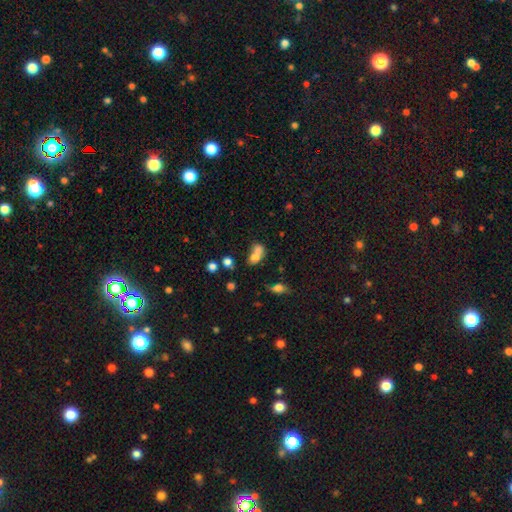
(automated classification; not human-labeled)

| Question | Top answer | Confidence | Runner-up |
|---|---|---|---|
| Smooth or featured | smooth | 71% | featured or disk (17%) |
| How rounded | in between | 54% | round (44%) |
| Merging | merger | 68% | none (21%) |